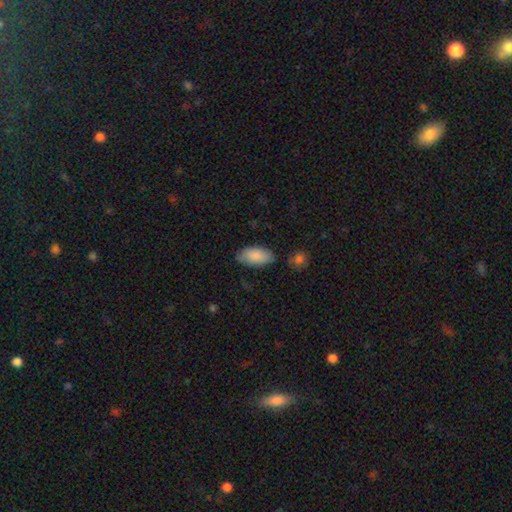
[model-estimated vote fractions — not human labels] The model was most divided on "merging": none: 75%, minor disturbance: 18%, major disturbance: 4%, merger: 3%. More confident: how rounded — in between (92%); smooth or featured — smooth (86%).